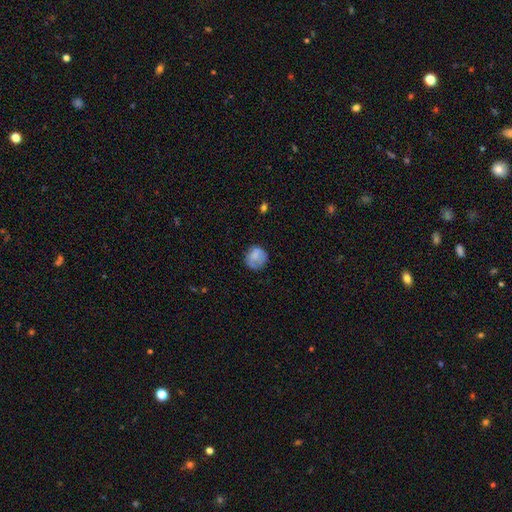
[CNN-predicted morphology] type=smooth (75%); roundness=round (83%); merging=none (64%).